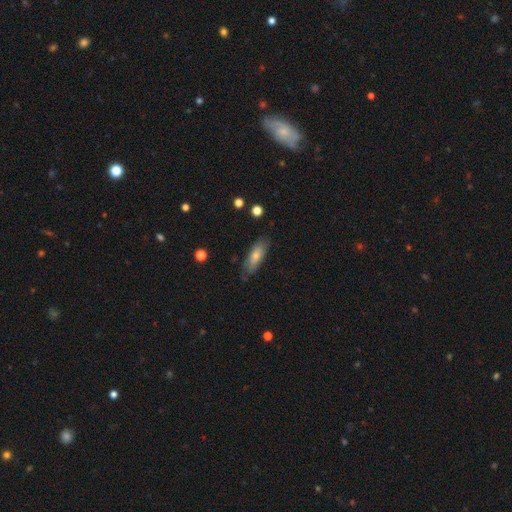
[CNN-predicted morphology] smooth-or-featured: smooth: 70% | featured or disk: 24% | star or artifact: 6%
  how-rounded: in between: 61% | cigar-shaped: 37% | round: 2%
  merging: none: 75% | minor disturbance: 19% | major disturbance: 4% | merger: 2%